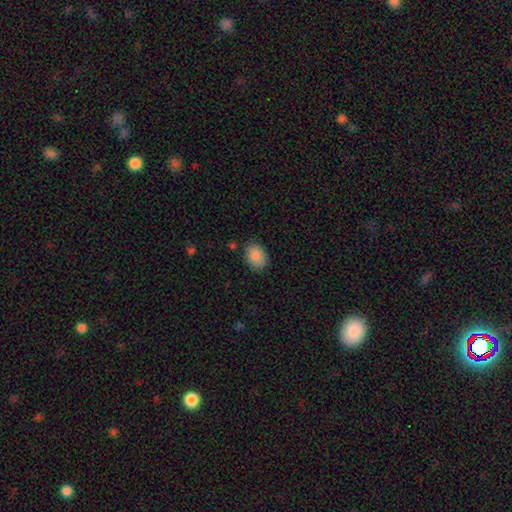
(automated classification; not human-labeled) Smooth or featured: smooth — 88% (star or artifact — 7%)
How rounded: in between — 70% (round — 30%)
Merging: none — 84% (minor disturbance — 12%)